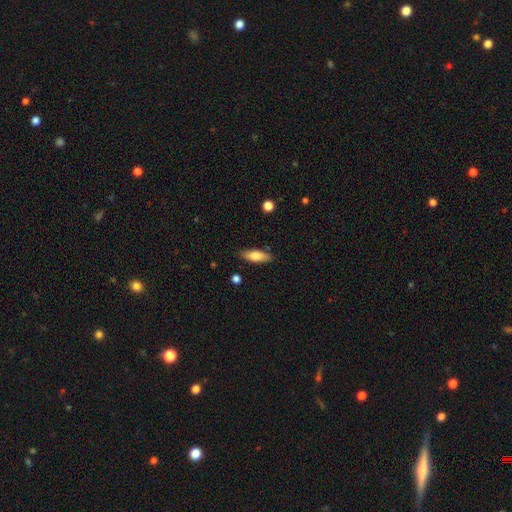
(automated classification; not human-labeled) Morphology: type=smooth (75%); roundness=in between (61%); merging=none (86%).